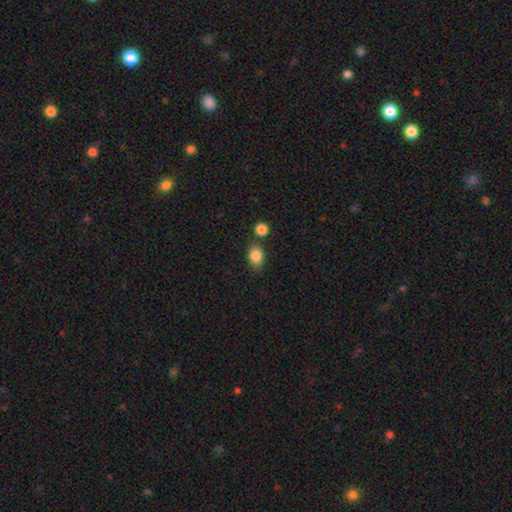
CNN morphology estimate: This appears to be a smooth galaxy with no disk features (85%) that is in between round and cigar-shaped (75%). Merging: none (72%).